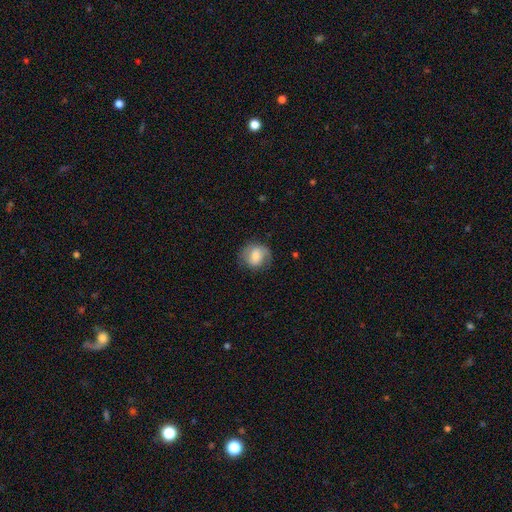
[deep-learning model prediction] Smooth or featured: smooth — 60% (featured or disk — 32%)
How rounded: round — 69% (in between — 30%)
Merging: none — 68% (minor disturbance — 22%)